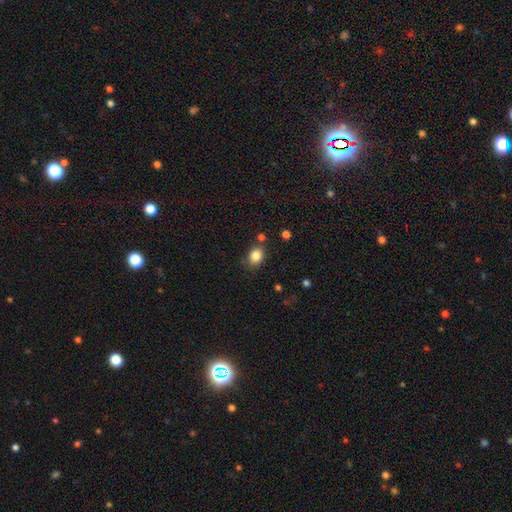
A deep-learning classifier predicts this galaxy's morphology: smooth-or-featured: smooth: 84% | star or artifact: 10% | featured or disk: 6%
  how-rounded: in between: 56% | round: 43% | cigar-shaped: 1%
  merging: none: 77% | minor disturbance: 13% | merger: 6% | major disturbance: 3%